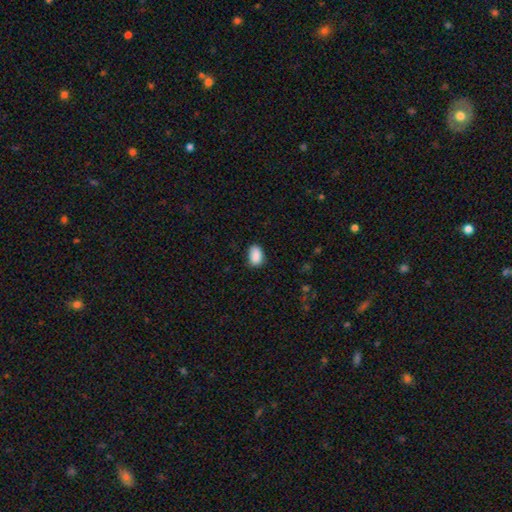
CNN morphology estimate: Q: Smooth or featured?
A: smooth (89%); runner-up: star or artifact (8%)
Q: How rounded?
A: in between (88%); runner-up: round (11%)
Q: Merging?
A: none (77%); runner-up: minor disturbance (18%)